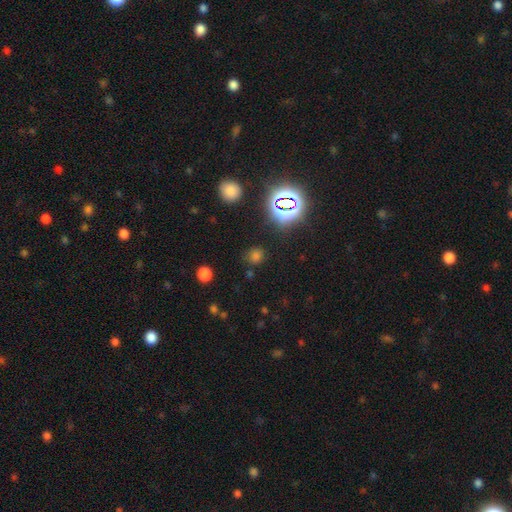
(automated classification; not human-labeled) The model was most divided on "smooth or featured": smooth: 58%, star or artifact: 36%, featured or disk: 6%. More confident: merging — none (81%); how rounded — round (78%).